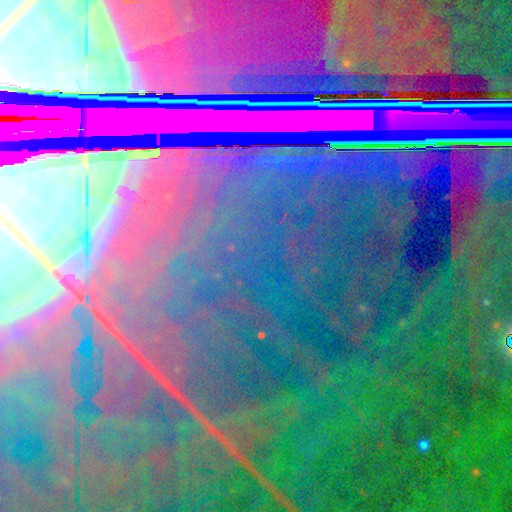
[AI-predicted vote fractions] Morphology: type=star or artifact (89%).